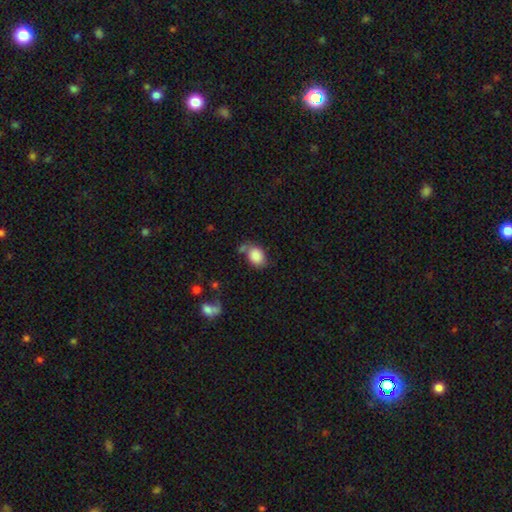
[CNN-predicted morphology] A smooth galaxy with no disk features (86%) that is in between round and cigar-shaped (67%).

Vote fractions:
- Smooth or featured? smooth: 86% / star or artifact: 8% / featured or disk: 6%
- How rounded? in between: 67% / round: 32% / cigar-shaped: 1%
- Merging? none: 54% / minor disturbance: 21% / merger: 16% / major disturbance: 9%